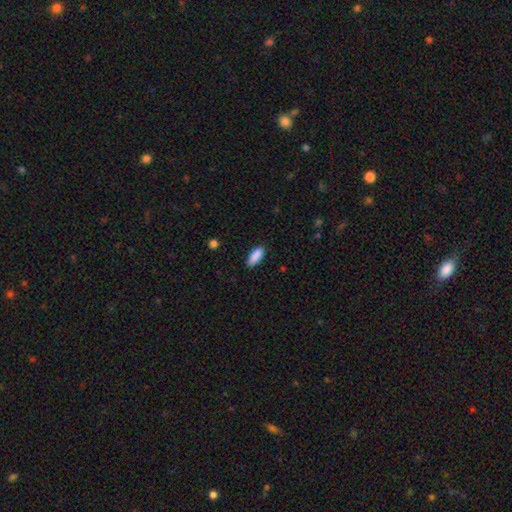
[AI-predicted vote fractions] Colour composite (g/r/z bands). It shows a smooth galaxy with no disk features (90%) that is in between round and cigar-shaped (78%). Merging: none (87%).